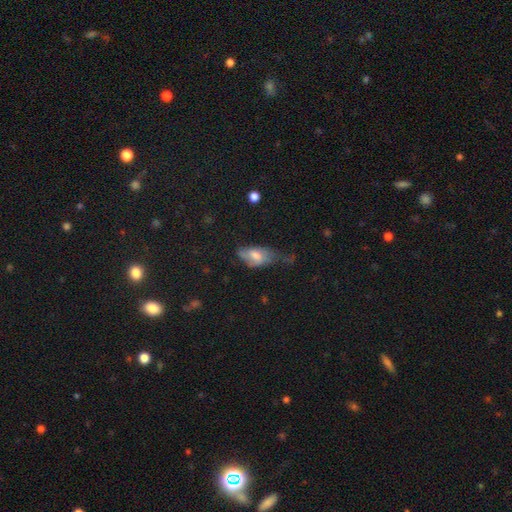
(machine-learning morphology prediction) smooth-or-featured: smooth: 58% | featured or disk: 33% | star or artifact: 9%
  how-rounded: in between: 89% | round: 6% | cigar-shaped: 5%
  merging: minor disturbance: 35% | major disturbance: 33% | none: 28% | merger: 3%